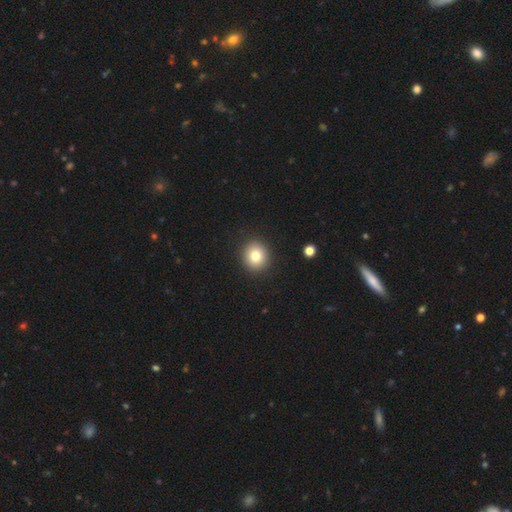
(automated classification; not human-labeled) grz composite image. It shows a smooth galaxy with no disk features (81%) that is round (86%). Merging: none (91%).